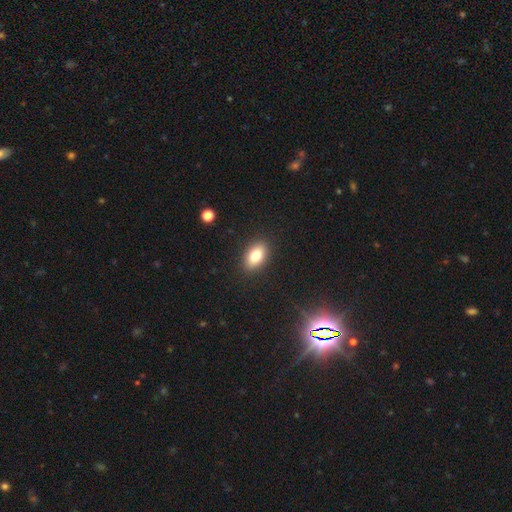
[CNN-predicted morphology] A smooth galaxy with no disk features (80%) that is in between round and cigar-shaped (87%). Merging: none (89%).